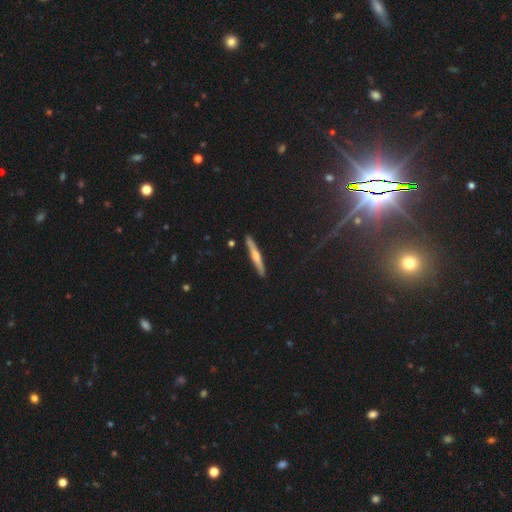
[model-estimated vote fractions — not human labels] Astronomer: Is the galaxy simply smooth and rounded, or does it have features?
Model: featured or disk — 59%.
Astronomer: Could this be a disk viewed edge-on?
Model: yes — 96%.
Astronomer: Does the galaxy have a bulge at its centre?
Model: rounded — 82%.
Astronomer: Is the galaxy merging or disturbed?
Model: none — 90%.